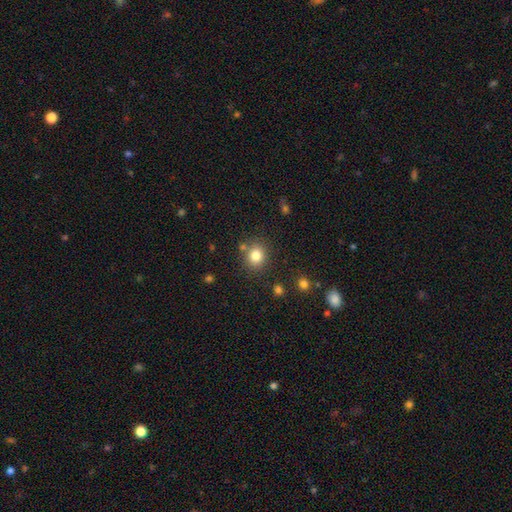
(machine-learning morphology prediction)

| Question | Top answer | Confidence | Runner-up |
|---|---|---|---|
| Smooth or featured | smooth | 81% | star or artifact (12%) |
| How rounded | round | 79% | in between (21%) |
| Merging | none | 81% | minor disturbance (9%) |